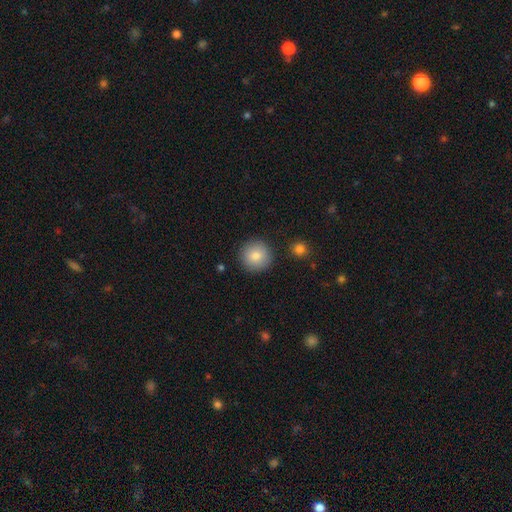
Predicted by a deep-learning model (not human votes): This is clearly a smooth galaxy (84%). How rounded: clearly round (95%). Merging: clearly none (90%).